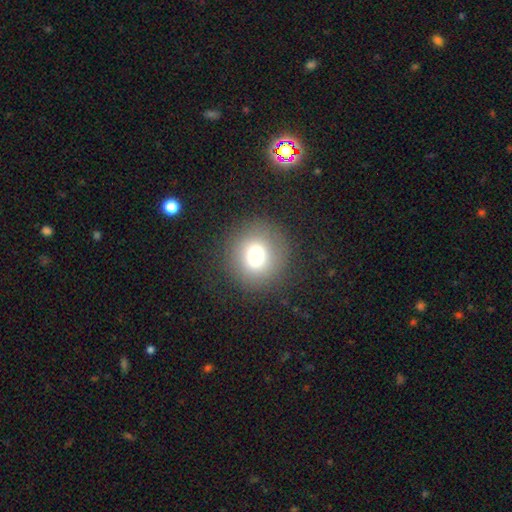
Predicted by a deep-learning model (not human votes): Smooth or featured? smooth (74%)
How rounded? round (87%)
Merging? none (85%)